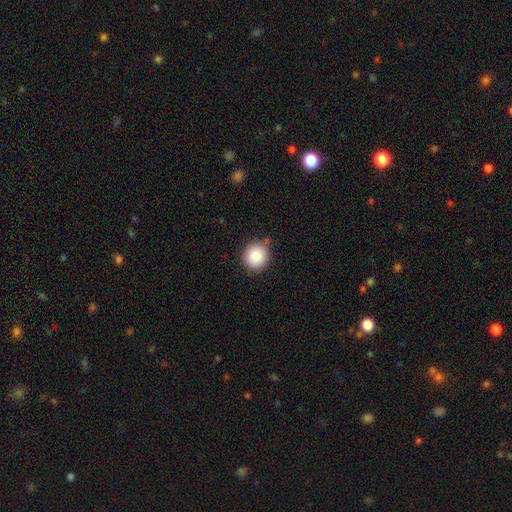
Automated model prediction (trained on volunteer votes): Smooth or featured? smooth (84%)
How rounded? round (89%)
Merging? none (83%)